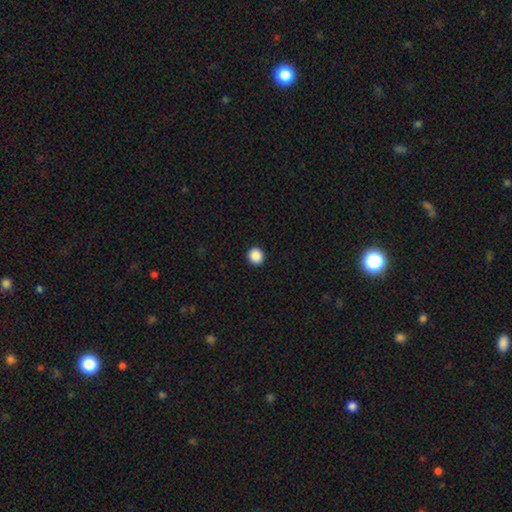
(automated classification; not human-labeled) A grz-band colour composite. It shows a smooth galaxy with no disk features (89%) that is round (94%). Merging: none (93%).